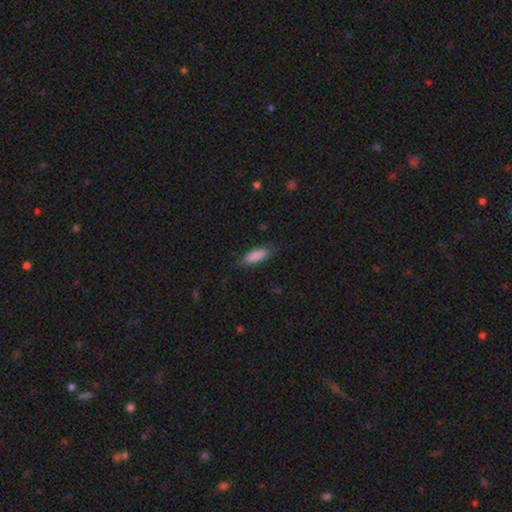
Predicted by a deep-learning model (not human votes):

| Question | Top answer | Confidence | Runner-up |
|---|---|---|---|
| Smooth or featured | smooth | 87% | featured or disk (7%) |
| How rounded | in between | 64% | cigar-shaped (35%) |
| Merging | none | 79% | minor disturbance (16%) |